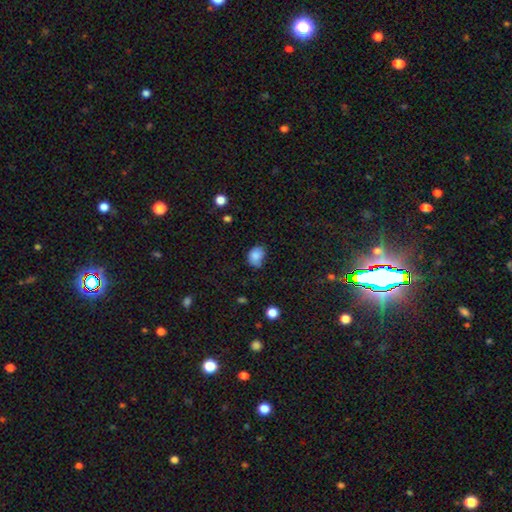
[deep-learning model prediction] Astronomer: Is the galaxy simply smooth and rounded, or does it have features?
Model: smooth — 84%.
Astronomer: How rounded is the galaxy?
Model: in between — 58% (runner-up: round, 41%).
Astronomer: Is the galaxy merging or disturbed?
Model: none — 52% (runner-up: minor disturbance, 37%).